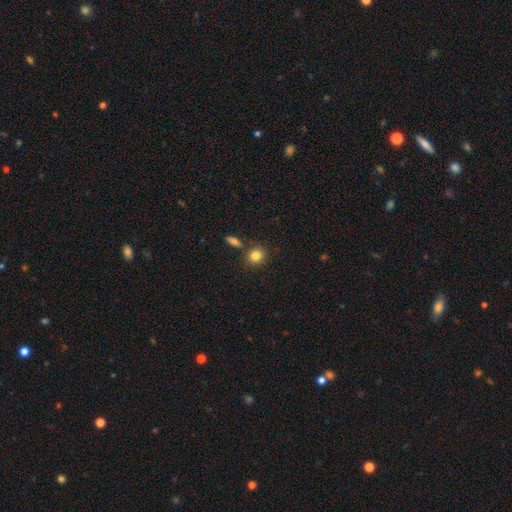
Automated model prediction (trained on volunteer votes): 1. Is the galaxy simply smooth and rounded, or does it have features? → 83% smooth, 10% star or artifact, 7% featured or disk.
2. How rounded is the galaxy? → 79% round, 20% in between, 1% cigar-shaped.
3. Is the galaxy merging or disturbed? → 75% none, 12% merger, 10% minor disturbance, 3% major disturbance.